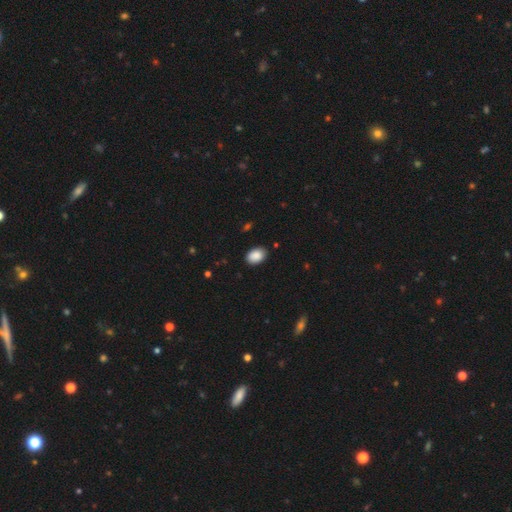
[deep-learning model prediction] Morphology: type=smooth (90%); roundness=in between (86%); merging=none (87%).